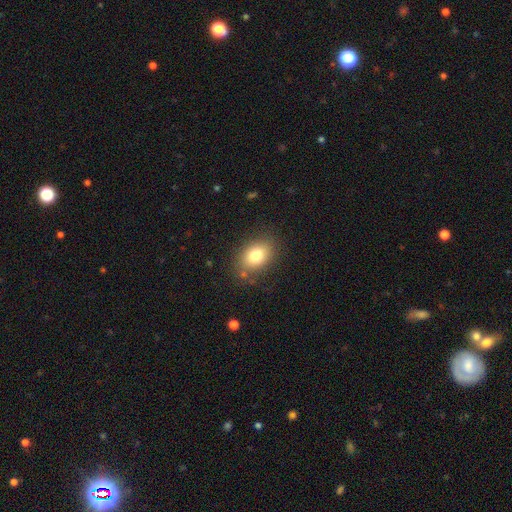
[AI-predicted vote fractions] This appears to be a smooth galaxy with no disk features (78%) that is in between round and cigar-shaped (74%). Merging: none (80%).